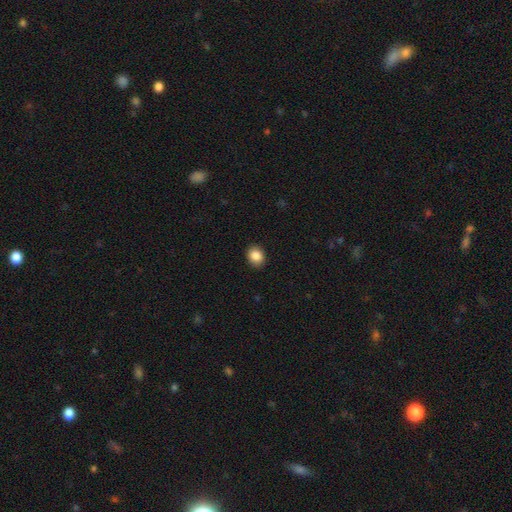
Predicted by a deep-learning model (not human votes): This is clearly a smooth galaxy (87%). How rounded: likely round (60%). Merging: clearly none (90%).